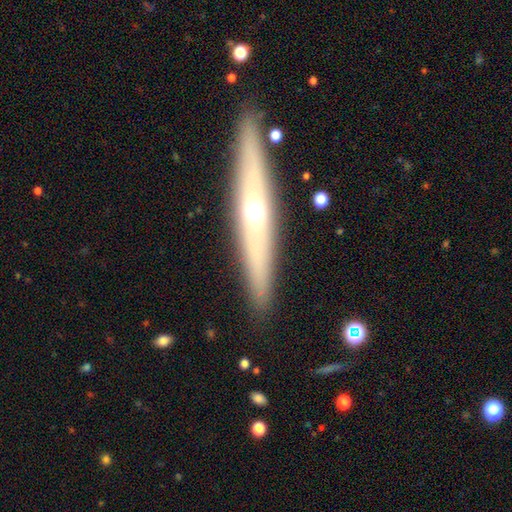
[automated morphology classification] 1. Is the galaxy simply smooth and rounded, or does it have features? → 50% featured or disk, 42% smooth, 8% star or artifact.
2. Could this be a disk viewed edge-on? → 84% yes, 16% no.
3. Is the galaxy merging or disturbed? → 87% none, 8% minor disturbance, 2% major disturbance, 2% merger.